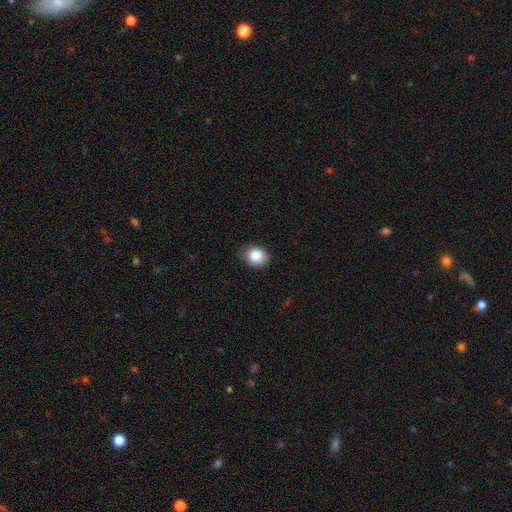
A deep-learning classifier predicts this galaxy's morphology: Overall: smooth (84%). How rounded: round (73%). Merging: none (85%).